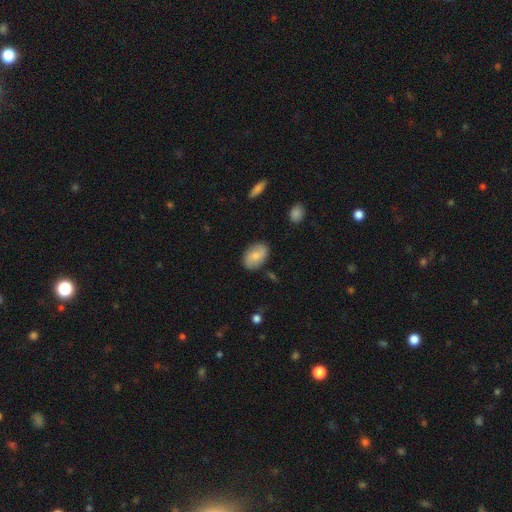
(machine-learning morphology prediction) smooth_or_featured: smooth (p=0.71) [alt: featured or disk p=0.23]
how_rounded: in between (p=0.86) [alt: round p=0.12]
merging: none (p=0.83) [alt: minor disturbance p=0.13]